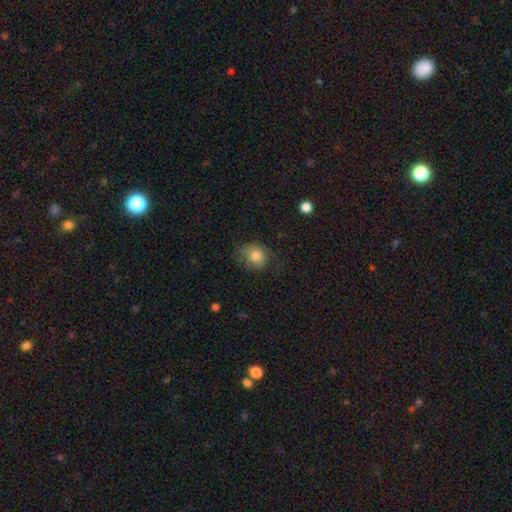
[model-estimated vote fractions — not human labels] This appears to be a smooth galaxy with no disk features (82%) that is round (65%). Merging: none (57%).